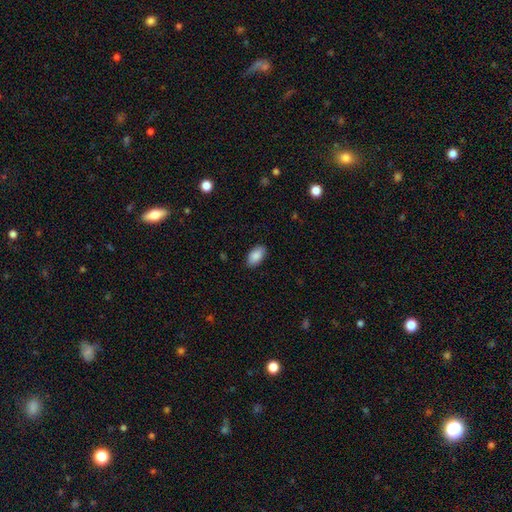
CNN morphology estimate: This is clearly a smooth galaxy (89%). How rounded: clearly in between (95%). Merging: clearly none (88%).